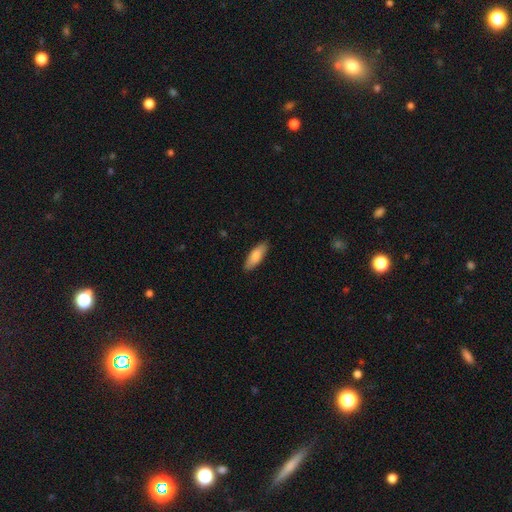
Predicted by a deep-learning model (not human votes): Smooth or featured: smooth — 83% (featured or disk — 12%)
How rounded: in between — 59% (cigar-shaped — 39%)
Merging: none — 87% (minor disturbance — 10%)